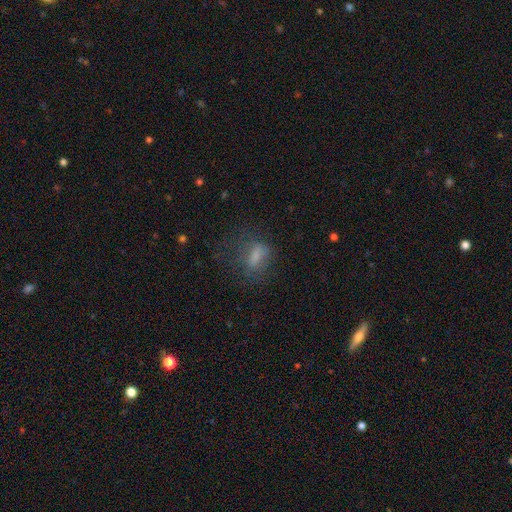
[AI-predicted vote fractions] smooth-or-featured: smooth: 63% | featured or disk: 21% | star or artifact: 16%
  how-rounded: in between: 65% | cigar-shaped: 19% | round: 16%
  merging: none: 52% | major disturbance: 25% | minor disturbance: 20% | merger: 2%